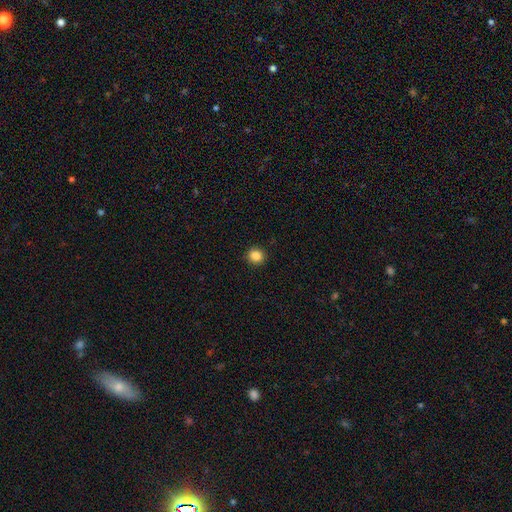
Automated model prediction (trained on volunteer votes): The model was most divided on "smooth or featured": smooth: 85%, star or artifact: 11%, featured or disk: 4%. More confident: merging — none (92%); how rounded — round (88%).